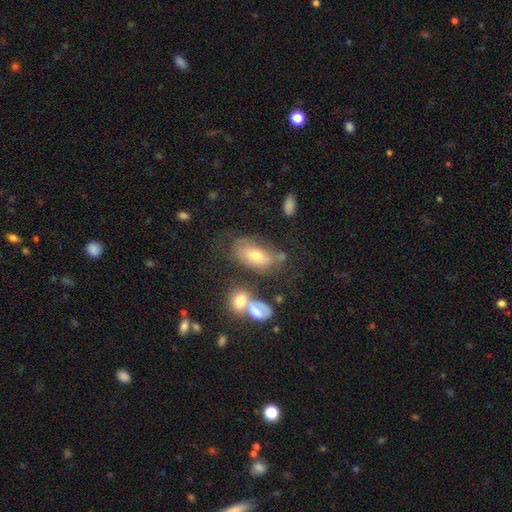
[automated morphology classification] A smooth galaxy with no disk features (55%) that is in between round and cigar-shaped (89%). Merging: none (43%).